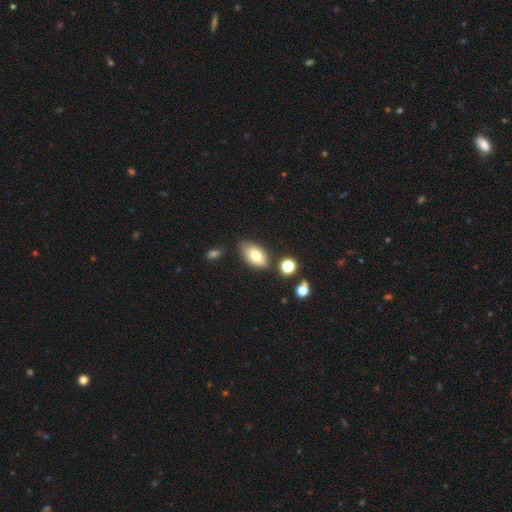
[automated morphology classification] The model was most divided on "merging": none: 74%, minor disturbance: 17%, merger: 5%, major disturbance: 4%. More confident: how rounded — in between (93%); smooth or featured — smooth (77%).